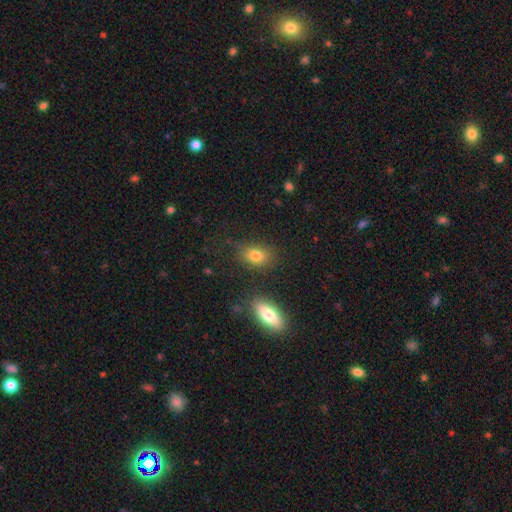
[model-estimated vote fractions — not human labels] smooth-or-featured: smooth: 80% | star or artifact: 11% | featured or disk: 10%
  how-rounded: in between: 77% | round: 21% | cigar-shaped: 3%
  merging: none: 77% | minor disturbance: 14% | merger: 5% | major disturbance: 4%